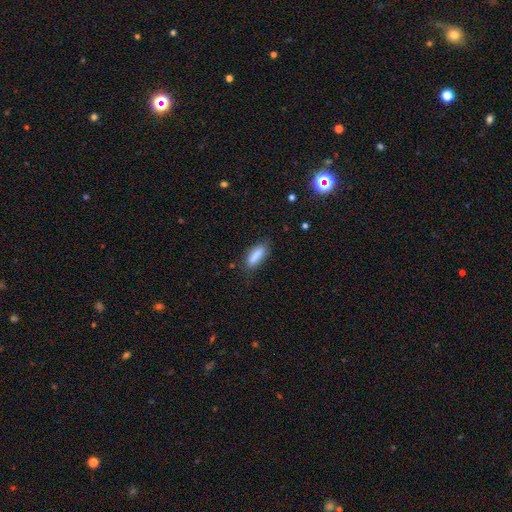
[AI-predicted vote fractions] This appears to be a smooth galaxy with no disk features (84%) that is in between round and cigar-shaped (57%). Merging: none (74%).